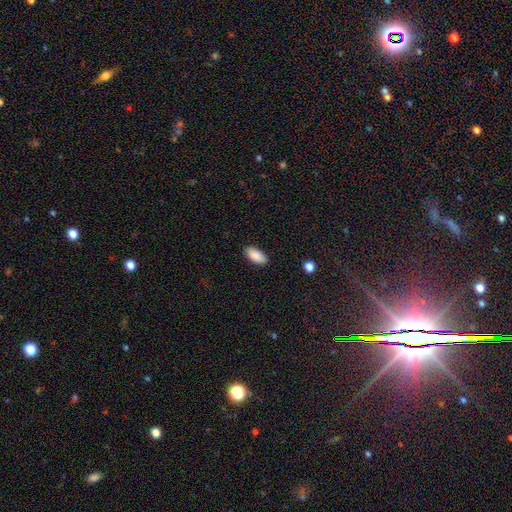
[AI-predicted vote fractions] Morphology: type=smooth (88%); roundness=in between (90%); merging=none (88%).